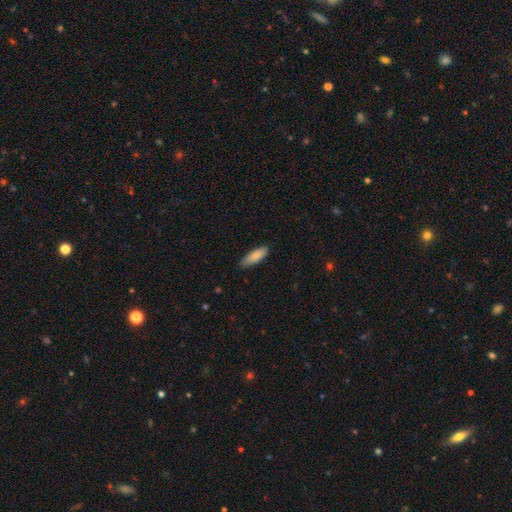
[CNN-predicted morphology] A smooth galaxy with no disk features (84%) that is in between round and cigar-shaped (60%). Merging: none (80%).